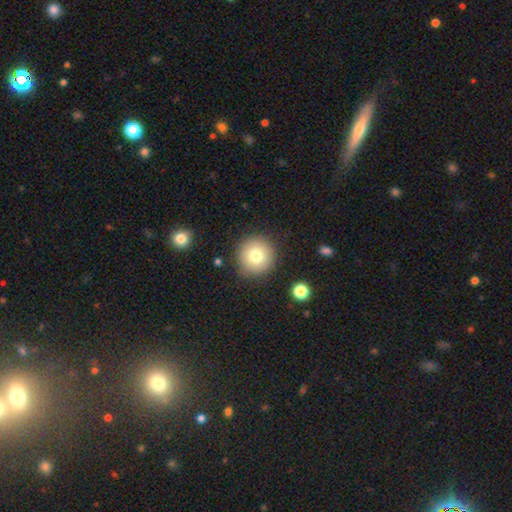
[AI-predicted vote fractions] This appears to be a smooth galaxy with no disk features (77%) that is round (94%). Merging: none (87%).